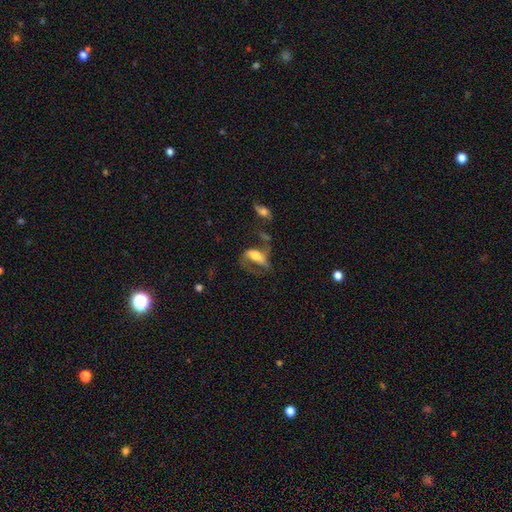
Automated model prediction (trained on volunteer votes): Smooth or featured?
  - featured or disk: 52% *
  - smooth: 39%
  - star or artifact: 9%
Edge-on disk?
  - no: 86% *
  - yes: 14%
Merging?
  - major disturbance: 43% *
  - none: 27%
  - minor disturbance: 17%
  - merger: 13%